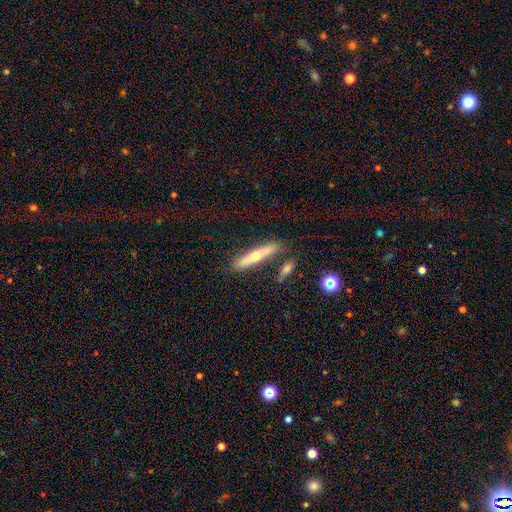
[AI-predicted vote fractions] Overall: featured or disk (54%; smooth 39%). Edge-on disk: yes (93%). Edge-on bulge: rounded (88%). Merging: none (81%).